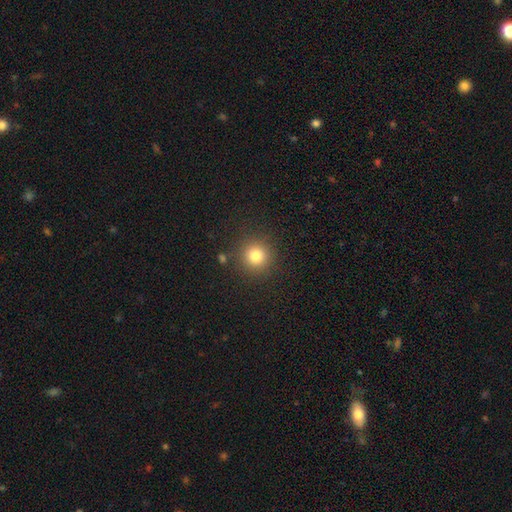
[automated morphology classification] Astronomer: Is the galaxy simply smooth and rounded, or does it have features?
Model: smooth — 81%.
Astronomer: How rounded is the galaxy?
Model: round — 94%.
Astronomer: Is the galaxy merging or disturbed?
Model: none — 87%.